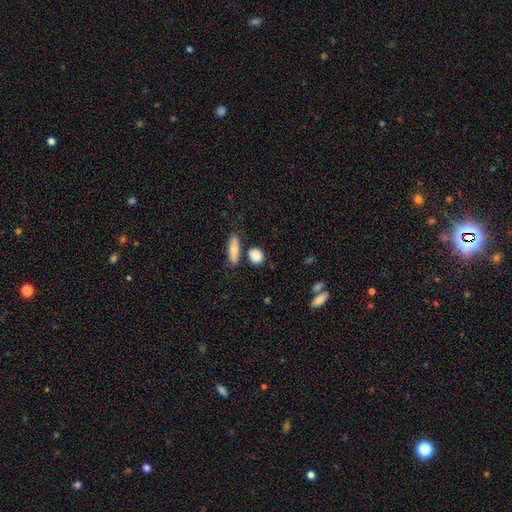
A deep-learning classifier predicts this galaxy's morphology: A smooth galaxy with no disk features (85%) that is round (70%). Merging: none (73%).